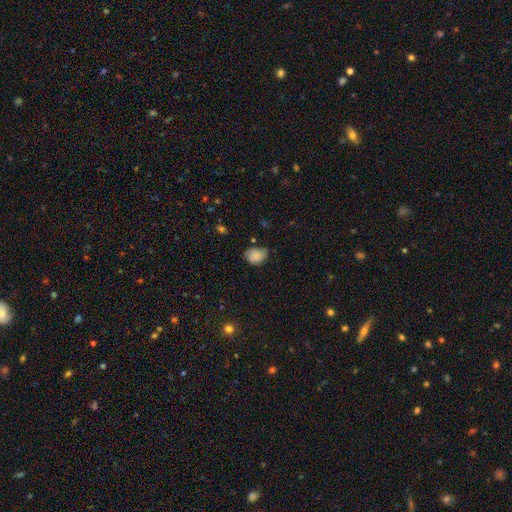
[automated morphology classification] This is clearly a smooth galaxy (81%). How rounded: possibly in between (60%). Merging: possibly none (55%).